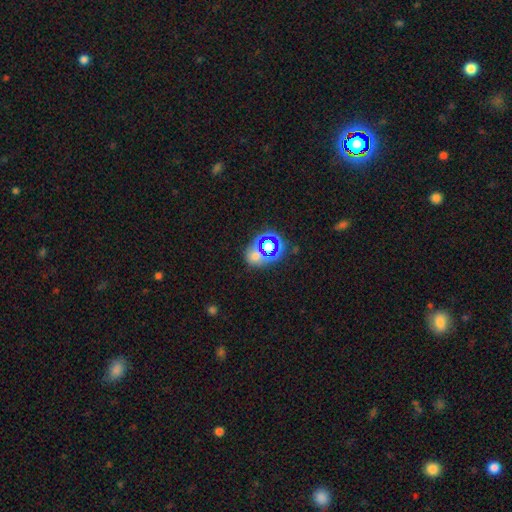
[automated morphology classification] Smooth or featured: star or artifact — 48% (smooth — 38%)